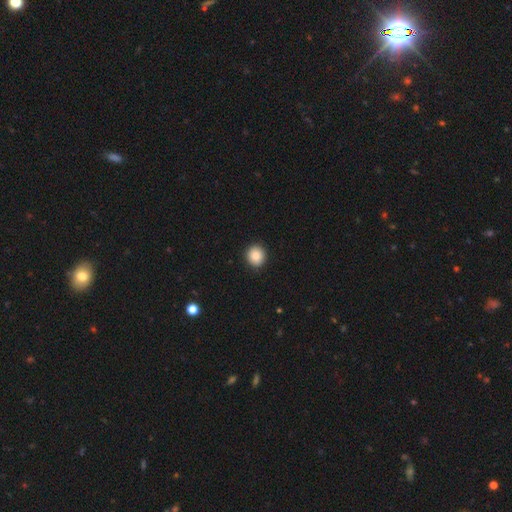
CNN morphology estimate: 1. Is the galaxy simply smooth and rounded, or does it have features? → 87% smooth, 9% star or artifact, 4% featured or disk.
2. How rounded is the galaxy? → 86% round, 13% in between, 1% cigar-shaped.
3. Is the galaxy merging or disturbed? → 91% none, 6% minor disturbance, 2% major disturbance, 1% merger.